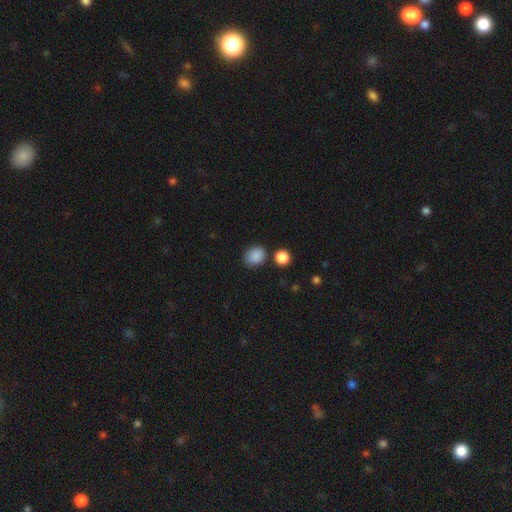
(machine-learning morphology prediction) smooth_or_featured: smooth (p=0.87) [alt: star or artifact p=0.09]
how_rounded: in between (p=0.54) [alt: round p=0.45]
merging: none (p=0.77) [alt: minor disturbance p=0.13]